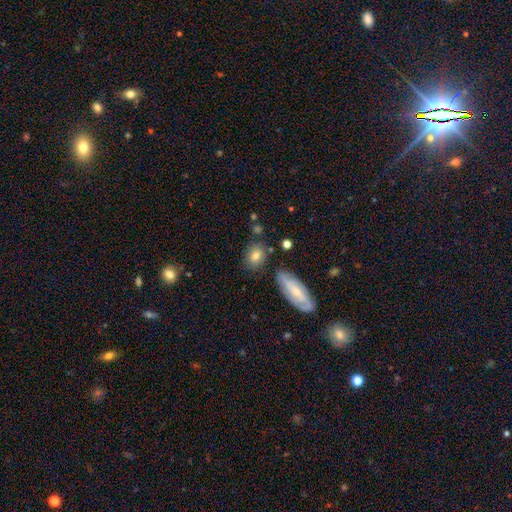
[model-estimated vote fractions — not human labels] Overall: smooth (74%). How rounded: in between (55%; round 41%). Merging: none (74%).